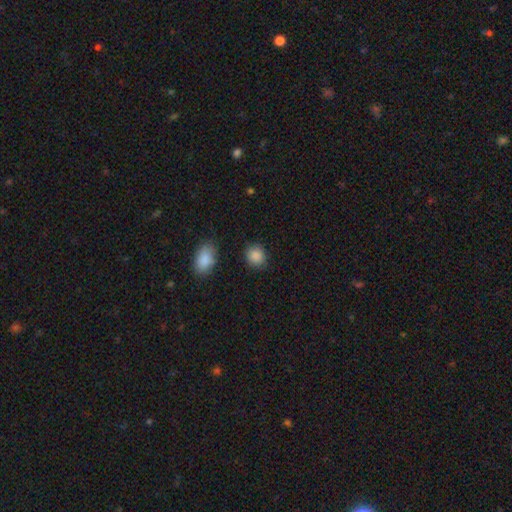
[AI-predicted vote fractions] This appears to be a smooth galaxy with no disk features (89%) that is round (75%). Merging: none (84%).